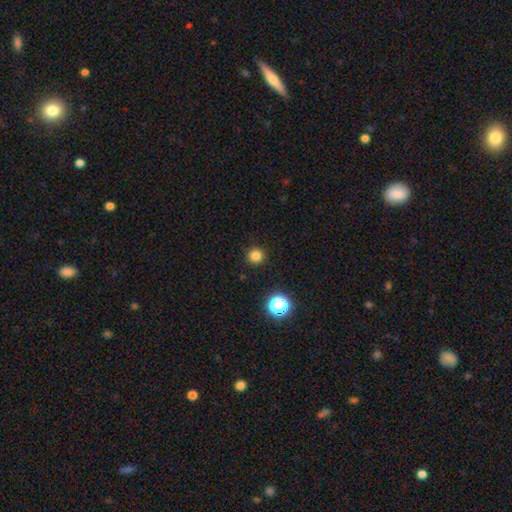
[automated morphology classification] smooth_or_featured: smooth (p=0.81) [alt: star or artifact p=0.15]
how_rounded: round (p=0.95) [alt: in between p=0.04]
merging: none (p=0.92) [alt: minor disturbance p=0.05]